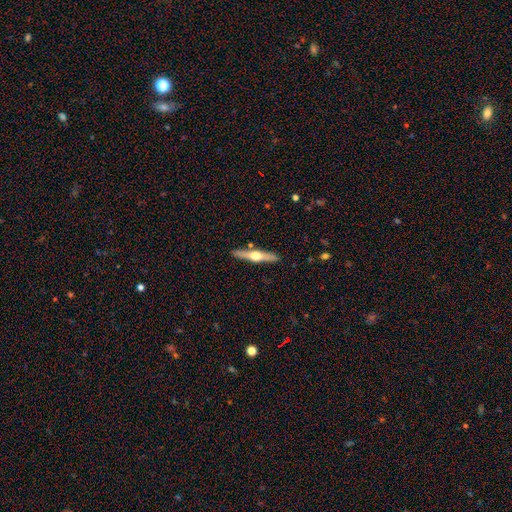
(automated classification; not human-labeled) This is likely a featured or disk galaxy (69%). It is clearly viewed edge-on (97%). Edge-on bulge: clearly rounded (96%). Merging: clearly none (90%).